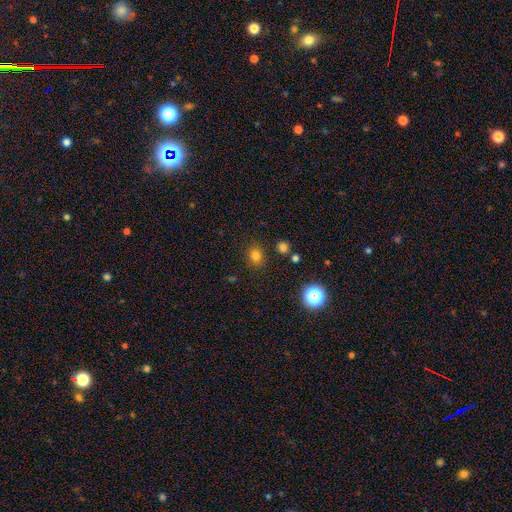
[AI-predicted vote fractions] The model was most divided on "how rounded": round: 73%, in between: 26%, cigar-shaped: 1%. More confident: merging — none (86%); smooth or featured — smooth (77%).